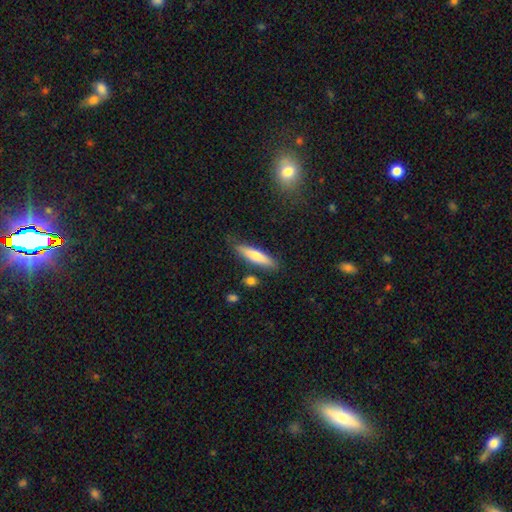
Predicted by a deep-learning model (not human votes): This is likely a smooth galaxy (70%). How rounded: likely cigar-shaped (78%). Merging: clearly none (81%).